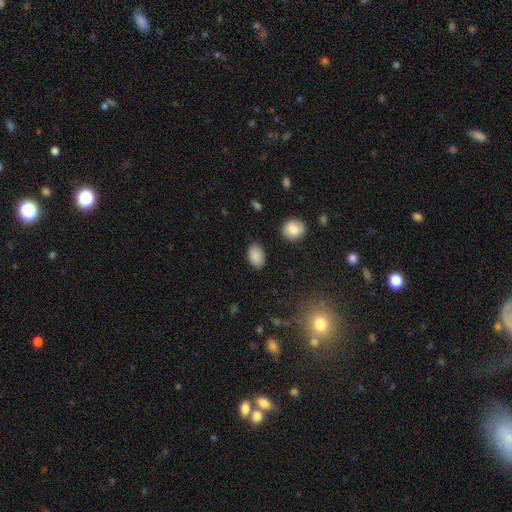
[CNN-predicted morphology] A smooth galaxy with no disk features (87%) that is in between round and cigar-shaped (88%).

Vote fractions:
- Smooth or featured? smooth: 87% / star or artifact: 8% / featured or disk: 5%
- How rounded? in between: 88% / round: 11% / cigar-shaped: 1%
- Merging? none: 86% / minor disturbance: 10% / major disturbance: 3% / merger: 2%